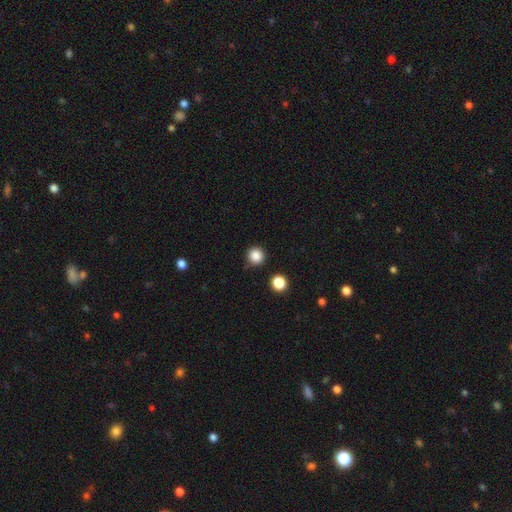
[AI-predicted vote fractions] A smooth galaxy with no disk features (86%) that is round (94%).

Vote fractions:
- Smooth or featured? smooth: 86% / star or artifact: 11% / featured or disk: 3%
- How rounded? round: 94% / in between: 5% / cigar-shaped: 1%
- Merging? none: 87% / minor disturbance: 8% / merger: 3% / major disturbance: 2%